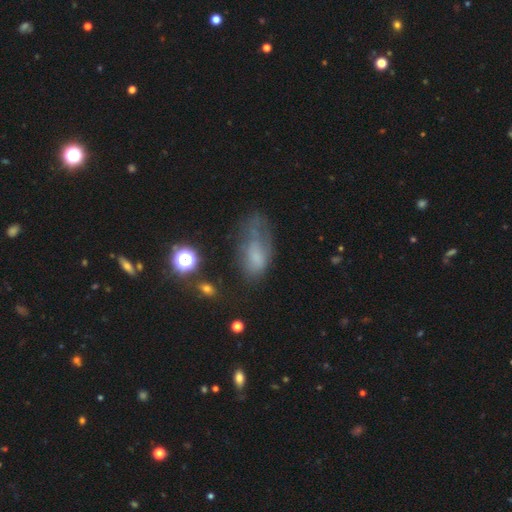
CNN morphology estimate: The model was most divided on "merging": major disturbance: 36%, minor disturbance: 30%, none: 29%, merger: 5%. More confident: how rounded — in between (86%); smooth or featured — smooth (56%).